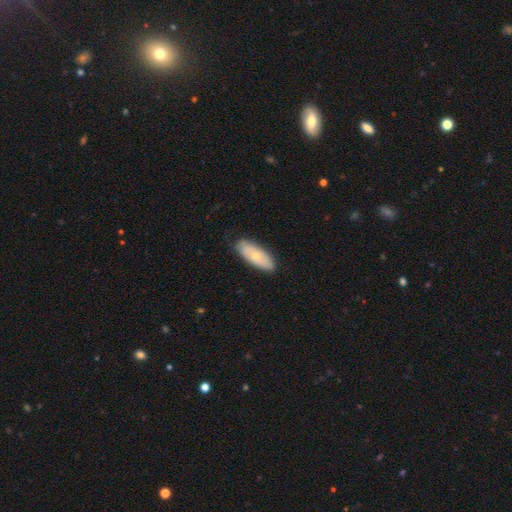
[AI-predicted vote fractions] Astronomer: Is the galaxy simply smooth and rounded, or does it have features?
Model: smooth — 64%.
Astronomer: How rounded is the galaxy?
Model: in between — 78%.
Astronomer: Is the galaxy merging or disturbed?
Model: none — 84%.